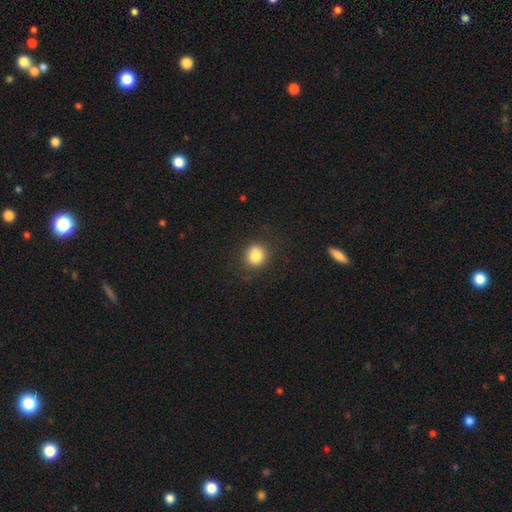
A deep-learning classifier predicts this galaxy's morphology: smooth 84%, star or artifact 10%, featured or disk 6%. Down the decision tree: how rounded — round (81%); merging — none (86%).